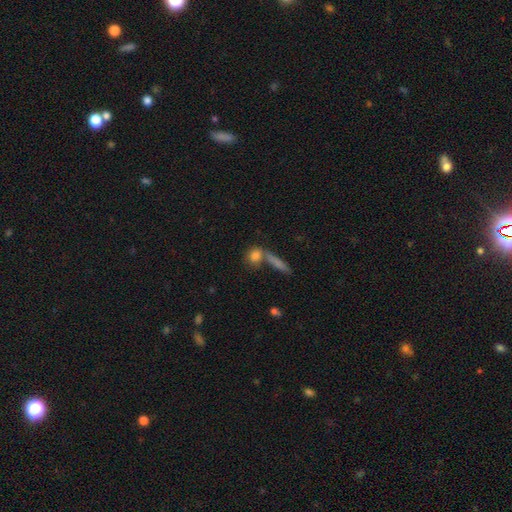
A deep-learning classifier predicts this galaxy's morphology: Smooth or featured? smooth (79%)
How rounded? round (58%)
Merging? none (57%)